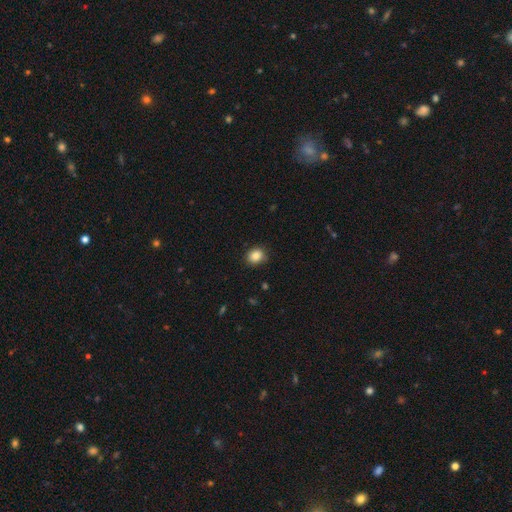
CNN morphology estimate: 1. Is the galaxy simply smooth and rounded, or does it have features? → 86% smooth, 10% star or artifact, 5% featured or disk.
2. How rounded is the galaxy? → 62% round, 37% in between, 1% cigar-shaped.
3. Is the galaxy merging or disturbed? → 84% none, 12% minor disturbance, 2% major disturbance, 1% merger.